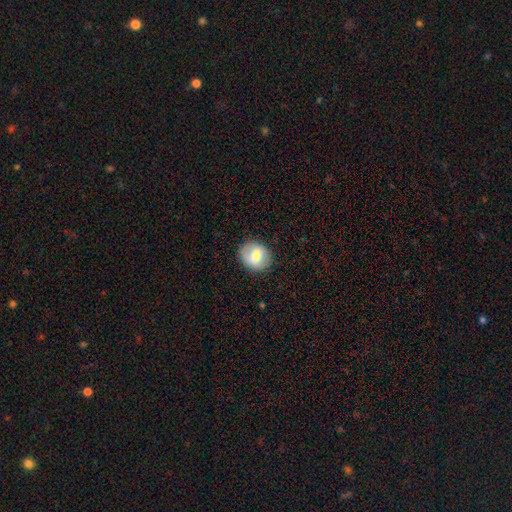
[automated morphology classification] type=smooth (69%); roundness=round (67%); merging=none (84%).